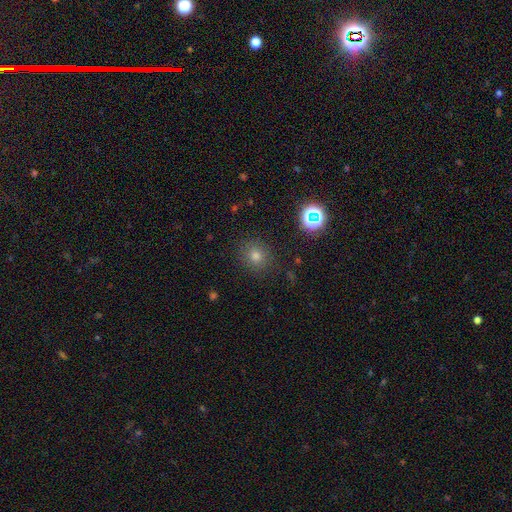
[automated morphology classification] Smooth or featured: smooth — 72% (star or artifact — 21%)
How rounded: round — 84% (in between — 15%)
Merging: none — 88% (minor disturbance — 8%)